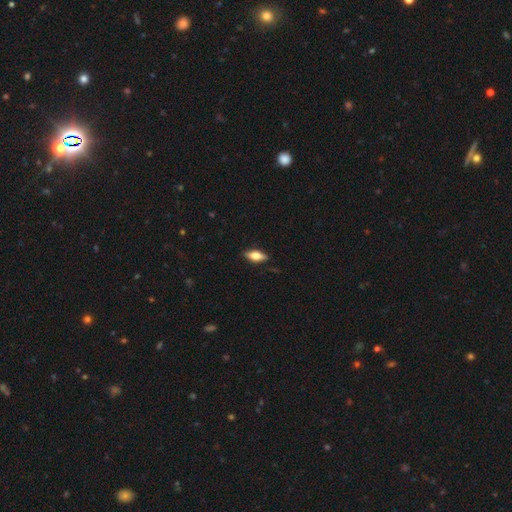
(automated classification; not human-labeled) This is likely a smooth galaxy (61%). How rounded: likely in between (76%). Merging: clearly none (86%).